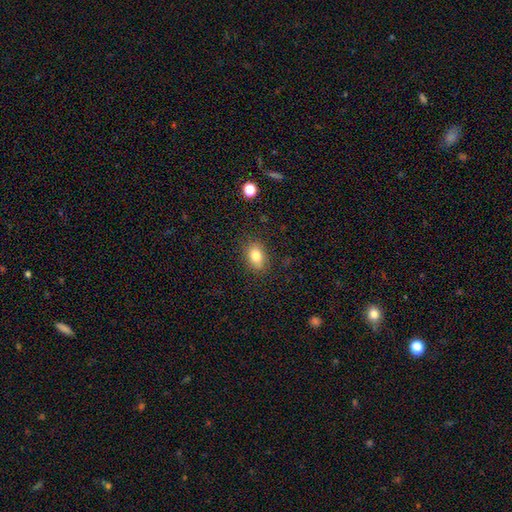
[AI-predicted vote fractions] This appears to be a smooth galaxy with no disk features (80%) that is in between round and cigar-shaped (78%). Merging: none (85%).